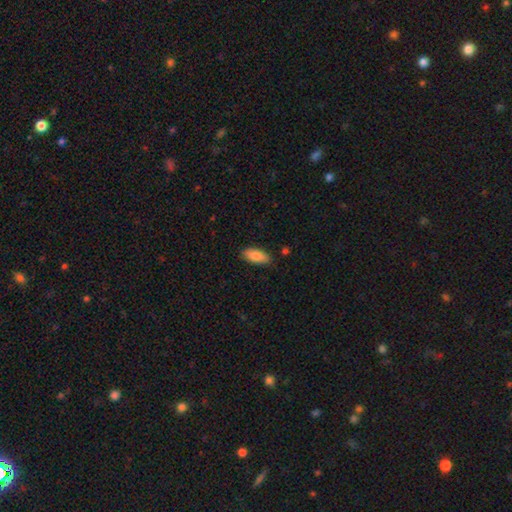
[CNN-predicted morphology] Smooth or featured: smooth — 83% (featured or disk — 11%)
How rounded: in between — 82% (cigar-shaped — 16%)
Merging: none — 84% (minor disturbance — 12%)